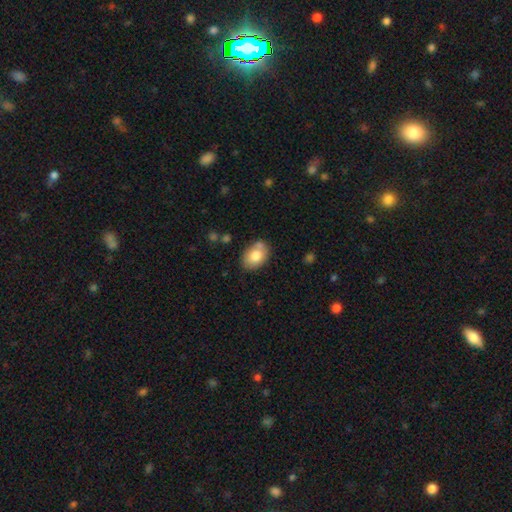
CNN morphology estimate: type=smooth (79%); roundness=in between (80%); merging=none (68%).